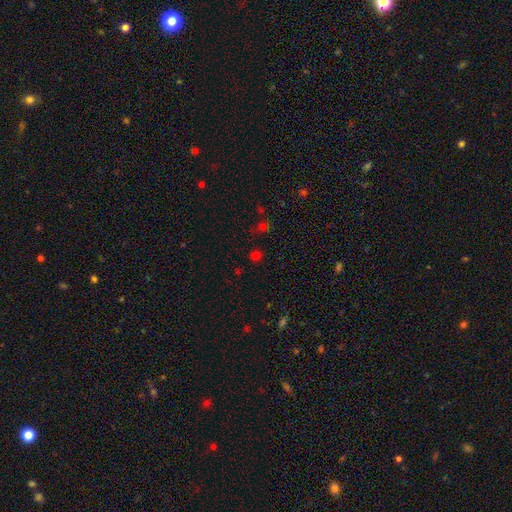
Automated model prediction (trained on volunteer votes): A smooth galaxy with no disk features (58%) that is round (80%). Merging: none (77%).